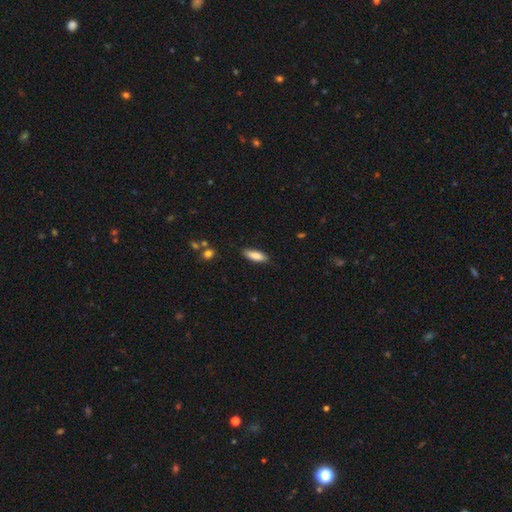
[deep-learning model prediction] smooth-or-featured: smooth: 83% | featured or disk: 11% | star or artifact: 6%
  how-rounded: in between: 62% | cigar-shaped: 36% | round: 2%
  merging: none: 85% | minor disturbance: 12% | major disturbance: 2% | merger: 1%